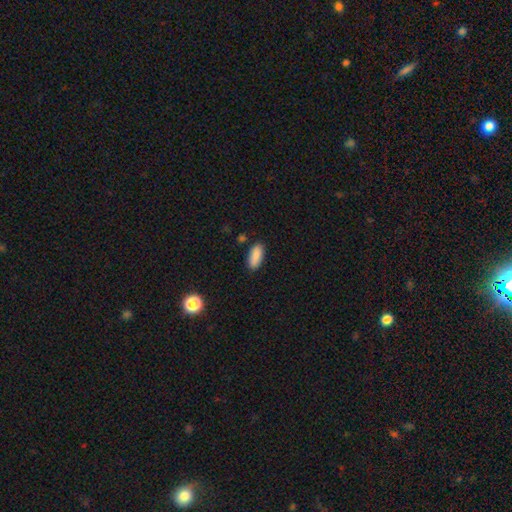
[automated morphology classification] The model was most divided on "how rounded": in between: 81%, cigar-shaped: 17%, round: 2%. More confident: smooth or featured — smooth (88%); merging — none (85%).